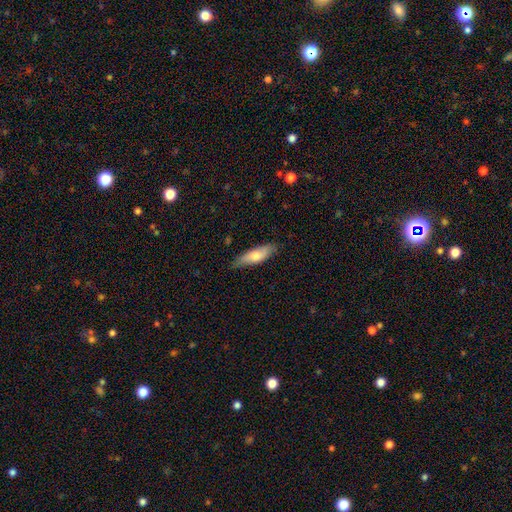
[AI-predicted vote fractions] The model was most divided on "how rounded": in between: 51%, cigar-shaped: 47%, round: 2%. More confident: merging — none (76%); smooth or featured — smooth (72%).